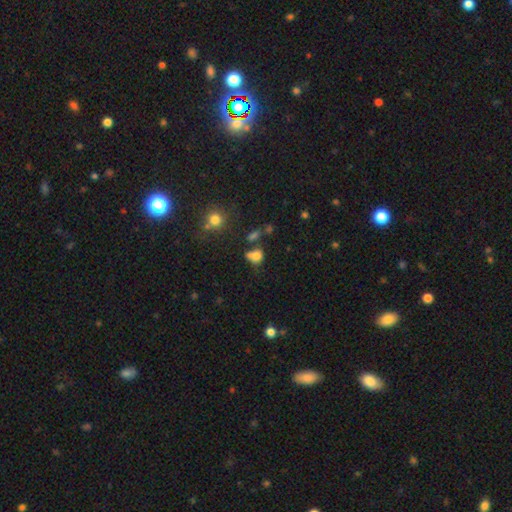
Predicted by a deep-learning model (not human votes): Smooth or featured? smooth (75%)
How rounded? in between (49%)
Merging? none (39%)